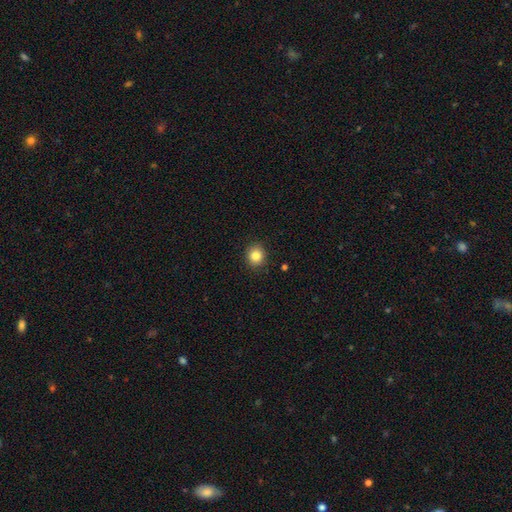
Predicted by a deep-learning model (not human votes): This is clearly a smooth galaxy (84%). How rounded: clearly round (82%). Merging: clearly none (90%).